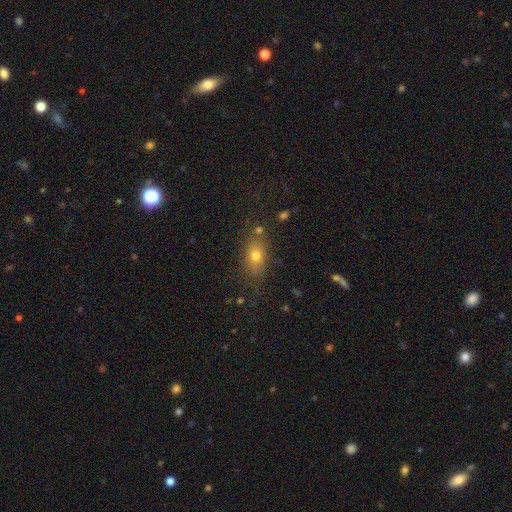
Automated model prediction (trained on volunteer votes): smooth-or-featured: smooth: 72% | star or artifact: 15% | featured or disk: 13%
  how-rounded: in between: 70% | round: 23% | cigar-shaped: 7%
  merging: none: 74% | minor disturbance: 15% | merger: 6% | major disturbance: 5%